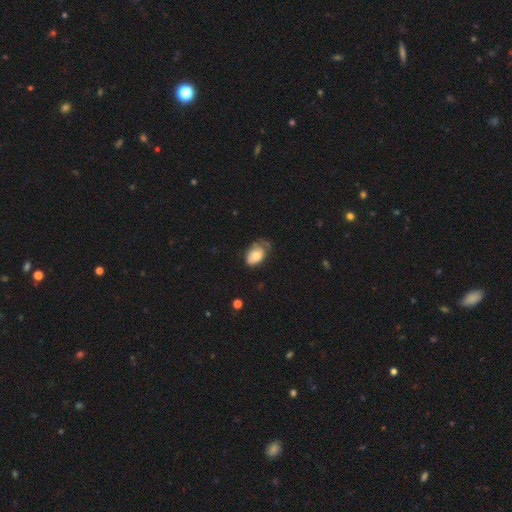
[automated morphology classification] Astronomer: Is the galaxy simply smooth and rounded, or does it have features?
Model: smooth — 73%.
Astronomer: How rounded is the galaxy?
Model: in between — 89%.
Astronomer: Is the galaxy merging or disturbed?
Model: minor disturbance — 40% (runner-up: none, 38%).